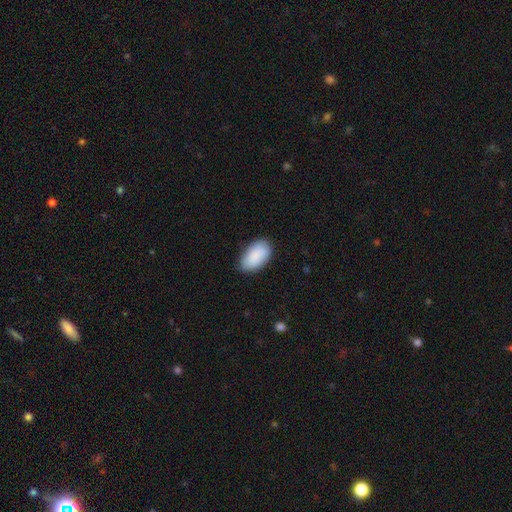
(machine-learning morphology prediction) Smooth or featured: smooth — 89% (star or artifact — 6%)
How rounded: in between — 95% (round — 4%)
Merging: none — 78% (minor disturbance — 18%)